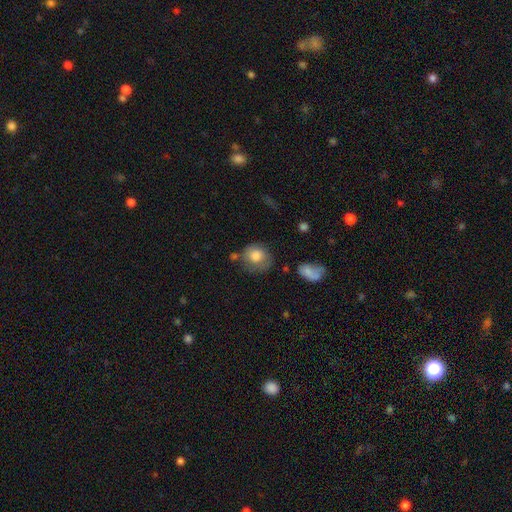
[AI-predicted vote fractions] smooth 76%, featured or disk 15%, star or artifact 8%. Down the decision tree: how rounded — round (73%); merging — none (54%).